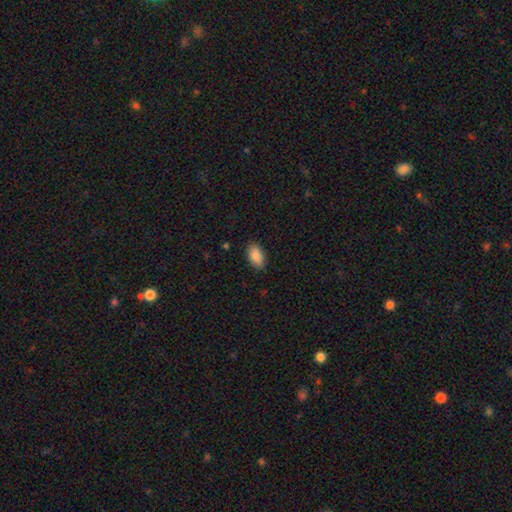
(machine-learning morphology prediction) smooth_or_featured: smooth (p=0.89) [alt: star or artifact p=0.07]
how_rounded: in between (p=0.94) [alt: round p=0.04]
merging: none (p=0.87) [alt: minor disturbance p=0.10]